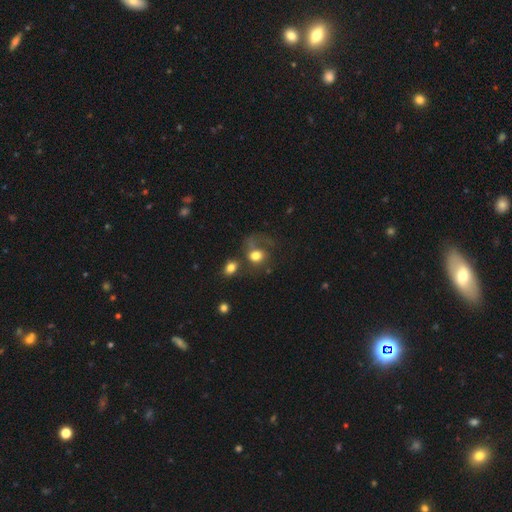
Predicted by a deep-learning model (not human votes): This is likely a smooth galaxy (65%). How rounded: likely round (60%). Merging: marginally major disturbance (32%).